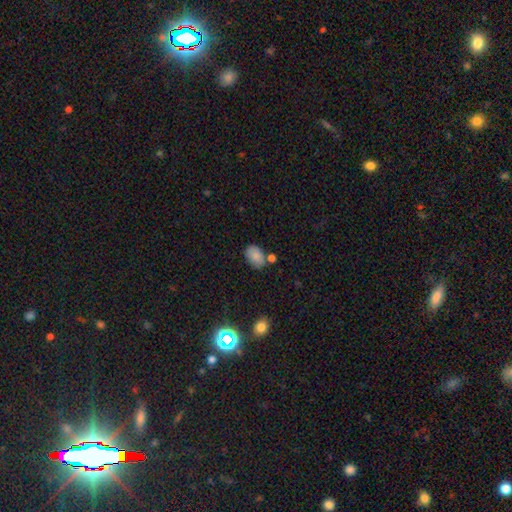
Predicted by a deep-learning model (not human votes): Smooth or featured? smooth (83%)
How rounded? in between (85%)
Merging? none (64%)